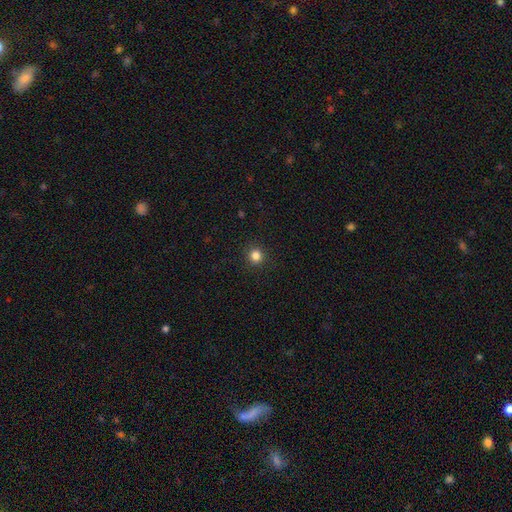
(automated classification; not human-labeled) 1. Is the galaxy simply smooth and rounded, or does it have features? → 83% smooth, 13% star or artifact, 4% featured or disk.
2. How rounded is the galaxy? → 93% round, 6% in between, 1% cigar-shaped.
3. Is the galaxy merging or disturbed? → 92% none, 6% minor disturbance, 2% major disturbance, 1% merger.